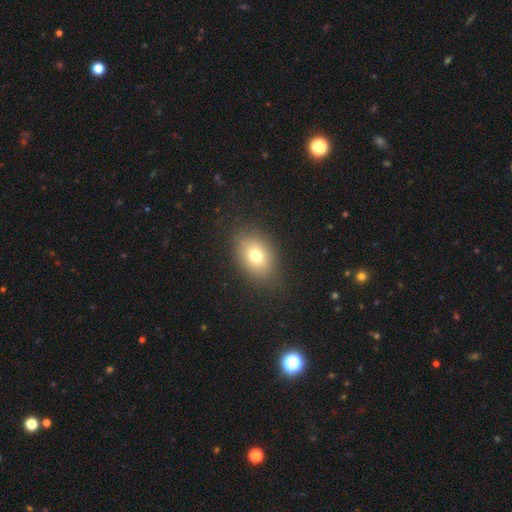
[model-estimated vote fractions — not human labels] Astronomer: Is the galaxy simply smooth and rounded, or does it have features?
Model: smooth — 75%.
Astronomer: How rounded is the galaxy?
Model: in between — 74%.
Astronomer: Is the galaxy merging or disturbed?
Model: none — 83%.